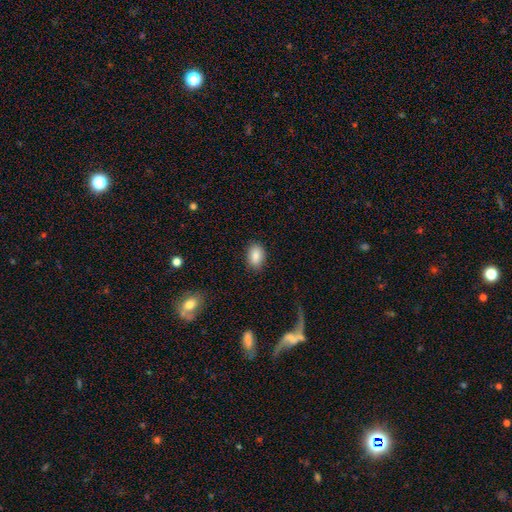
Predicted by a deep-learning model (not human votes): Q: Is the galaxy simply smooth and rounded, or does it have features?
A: smooth — 86%.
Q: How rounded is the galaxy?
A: in between — 84%.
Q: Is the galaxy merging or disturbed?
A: none — 87%.